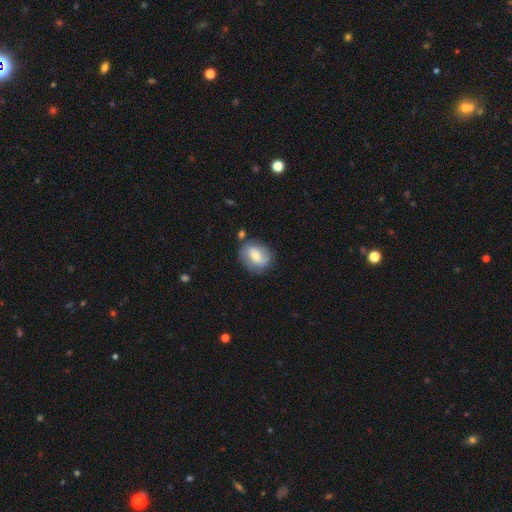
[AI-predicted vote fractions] smooth_or_featured: smooth (p=0.50) [alt: featured or disk p=0.43]
merging: none (p=0.74) [alt: minor disturbance p=0.16]